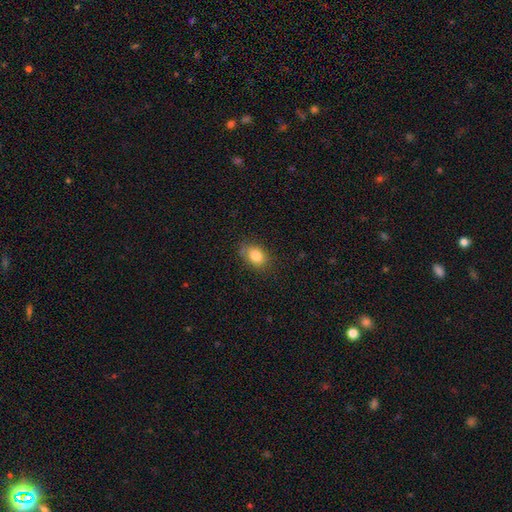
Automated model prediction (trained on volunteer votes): smooth 83%, star or artifact 9%, featured or disk 8%. Down the decision tree: how rounded — in between (75%); merging — none (75%).